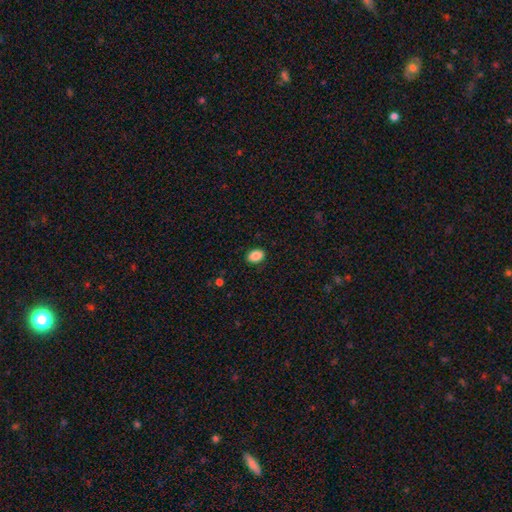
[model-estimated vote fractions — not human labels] This is clearly a smooth galaxy (88%). How rounded: clearly in between (85%). Merging: clearly none (89%).